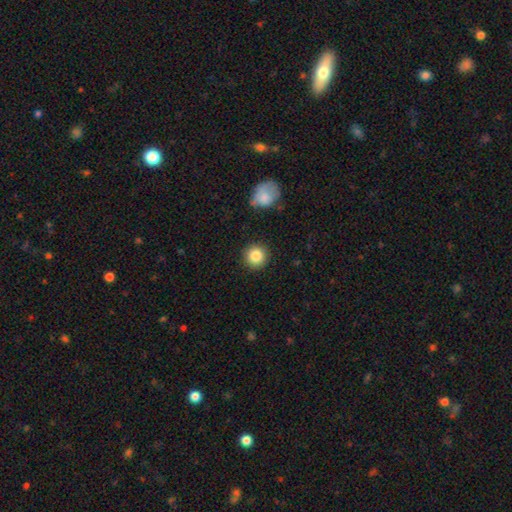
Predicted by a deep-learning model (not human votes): smooth 86%, star or artifact 9%, featured or disk 5%. Down the decision tree: how rounded — round (93%); merging — none (90%).